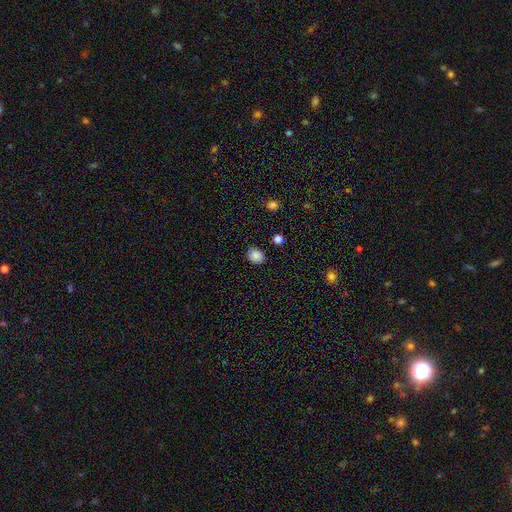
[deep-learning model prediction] This is clearly a smooth galaxy (86%). How rounded: possibly round (60%). Merging: clearly none (84%).